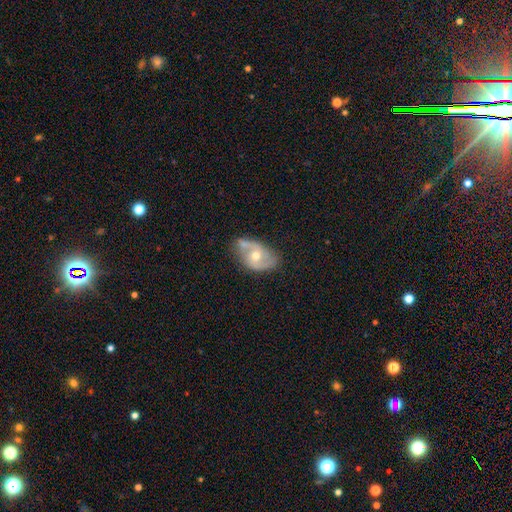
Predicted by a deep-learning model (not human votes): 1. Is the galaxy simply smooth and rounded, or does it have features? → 71% featured or disk, 22% smooth, 7% star or artifact.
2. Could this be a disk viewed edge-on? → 95% no, 5% yes.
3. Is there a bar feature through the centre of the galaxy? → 63% no, 29% weak, 8% strong.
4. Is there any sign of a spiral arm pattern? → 78% yes, 22% no.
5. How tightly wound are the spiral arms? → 43% medium, 36% loose, 21% tight.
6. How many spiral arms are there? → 81% 2, 10% can't tell, 5% 1, 2% 3, 1% 4, 1% more than 4.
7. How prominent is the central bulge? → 68% moderate, 28% small, 3% large, 1% none, 1% dominant.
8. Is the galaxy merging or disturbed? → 56% none, 28% minor disturbance, 9% major disturbance, 8% merger.